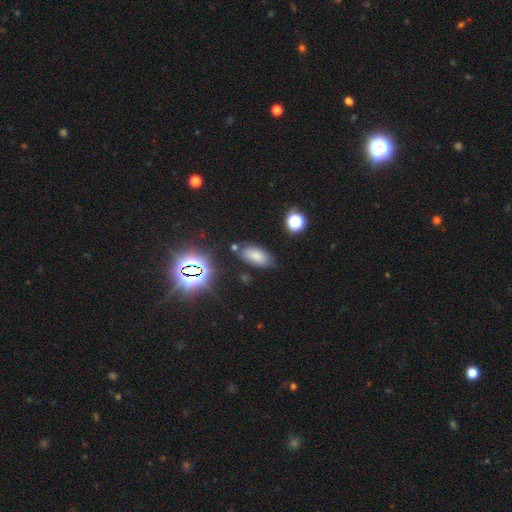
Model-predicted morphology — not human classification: This appears to be a smooth galaxy with no disk features (72%) that is in between round and cigar-shaped (89%). Merging: none (78%).